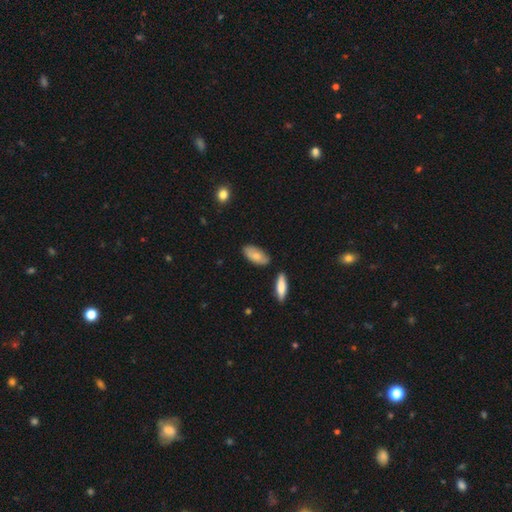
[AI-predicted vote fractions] Overall: smooth (75%). How rounded: in between (88%). Merging: none (77%).